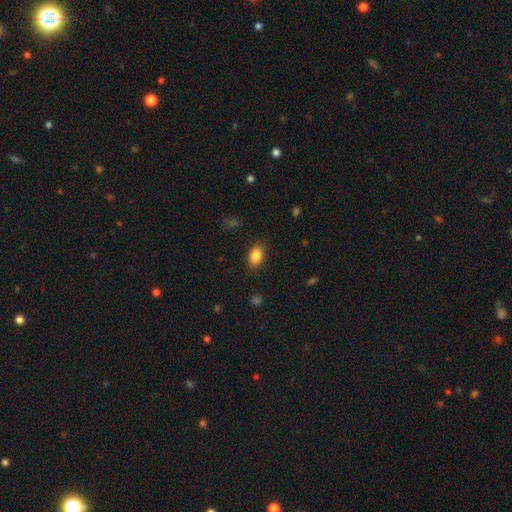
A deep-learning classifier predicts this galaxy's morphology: Overall: smooth (84%). How rounded: in between (82%). Merging: none (85%).